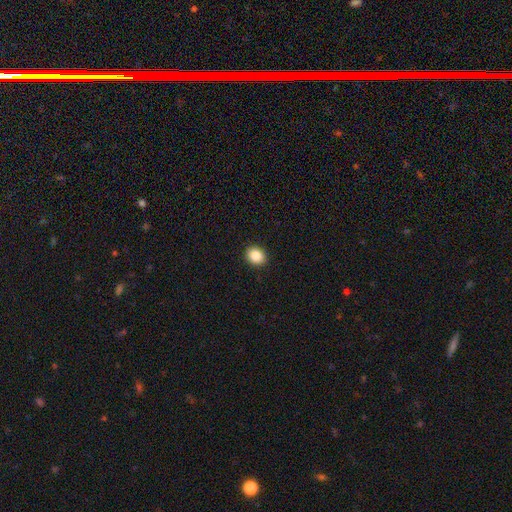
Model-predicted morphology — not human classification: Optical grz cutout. It shows a smooth galaxy with no disk features (87%) that is round (63%). Merging: none (92%).